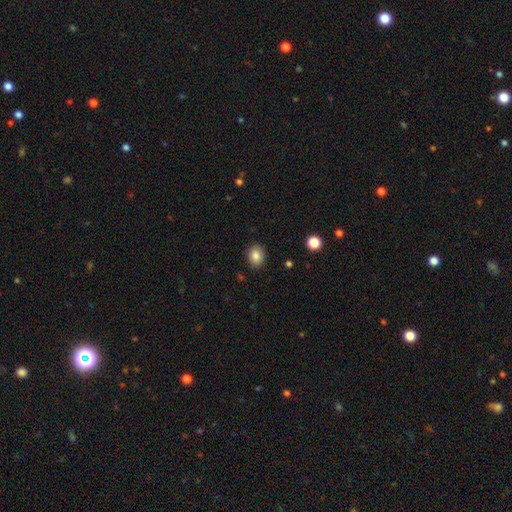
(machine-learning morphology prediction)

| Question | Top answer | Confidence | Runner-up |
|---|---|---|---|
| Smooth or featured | smooth | 85% | star or artifact (9%) |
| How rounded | round | 60% | in between (40%) |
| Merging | none | 88% | minor disturbance (8%) |